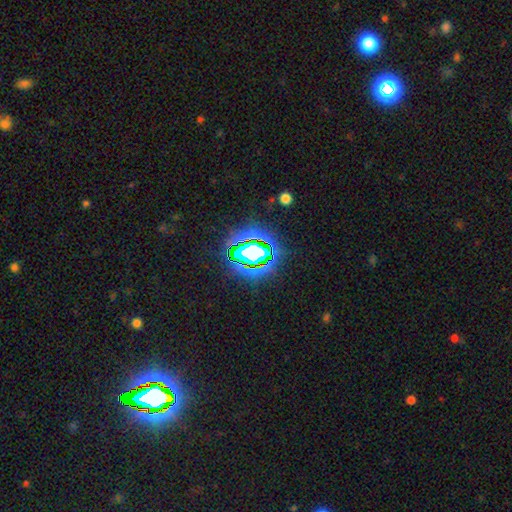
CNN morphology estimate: star or artifact 69%, smooth 18%, featured or disk 12%.